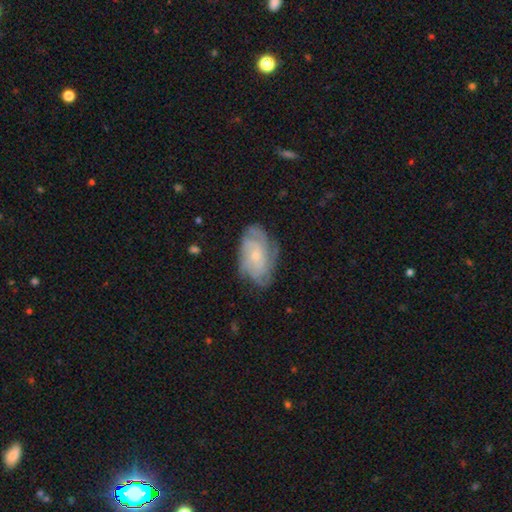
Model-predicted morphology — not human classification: Smooth or featured?
  - featured or disk: 76% *
  - smooth: 17%
  - star or artifact: 7%
Edge-on disk?
  - no: 96% *
  - yes: 4%
Bar?
  - no: 75% *
  - weak: 21%
  - strong: 3%
Spiral arms?
  - yes: 95% *
  - no: 5%
Spiral winding?
  - tight: 62% *
  - medium: 30%
  - loose: 8%
Spiral arm count?
  - can't tell: 35% *
  - 4: 22%
  - 3: 18%
  - 2: 11%
  - more than 4: 8%
  - 1: 6%
Bulge size?
  - small: 68% *
  - moderate: 27%
  - none: 3%
  - large: 2%
  - dominant: 1%
Merging?
  - none: 74% *
  - minor disturbance: 19%
  - major disturbance: 6%
  - merger: 1%